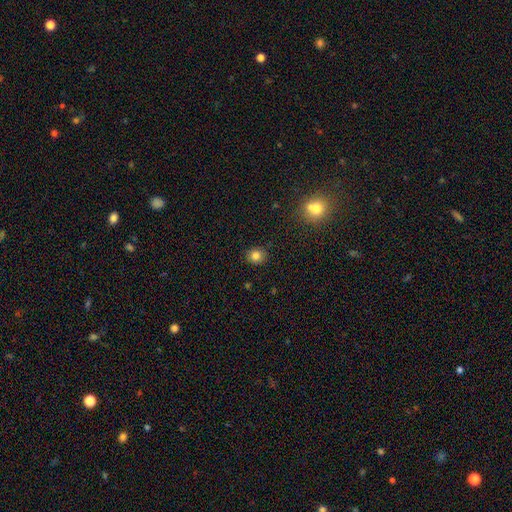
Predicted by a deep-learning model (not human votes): Q: Smooth or featured?
A: smooth (82%); runner-up: star or artifact (12%)
Q: How rounded?
A: round (82%); runner-up: in between (17%)
Q: Merging?
A: none (88%); runner-up: minor disturbance (9%)